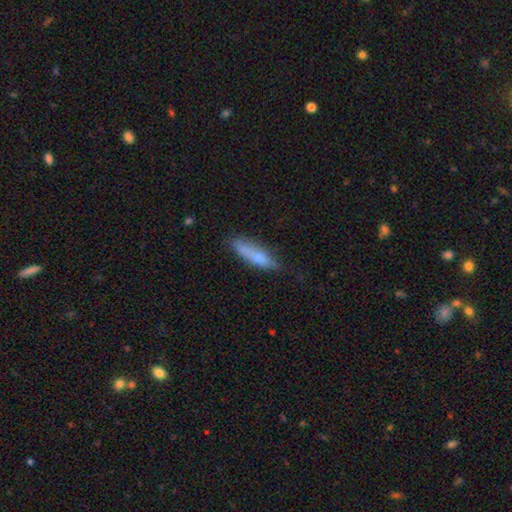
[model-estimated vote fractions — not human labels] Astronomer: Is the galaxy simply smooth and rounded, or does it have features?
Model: smooth — 68%.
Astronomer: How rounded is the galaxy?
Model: cigar-shaped — 73%.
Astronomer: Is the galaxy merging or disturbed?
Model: none — 71%.